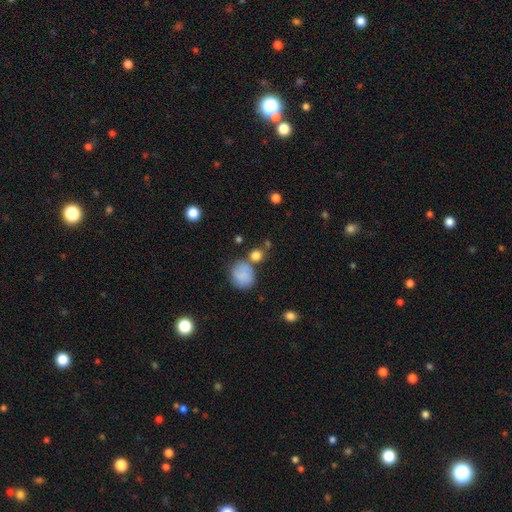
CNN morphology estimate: A smooth galaxy with no disk features (80%) that is round (81%). Merging: none (60%).